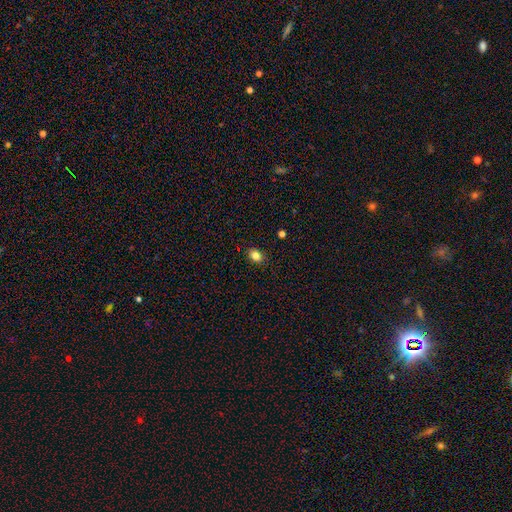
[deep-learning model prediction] Smooth or featured?
  - smooth: 83% *
  - star or artifact: 11%
  - featured or disk: 6%
How rounded?
  - in between: 64% *
  - round: 35%
  - cigar-shaped: 1%
Merging?
  - none: 89% *
  - minor disturbance: 8%
  - major disturbance: 2%
  - merger: 1%